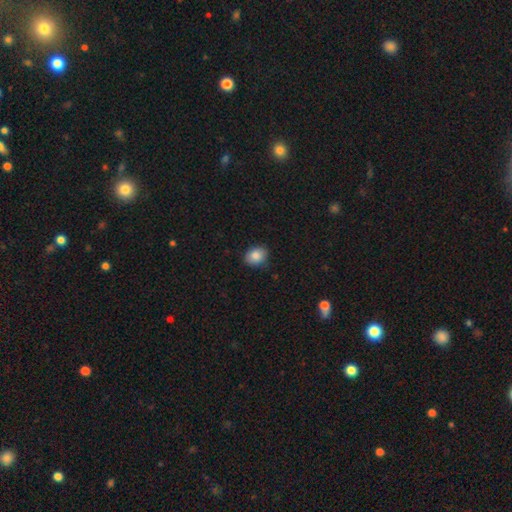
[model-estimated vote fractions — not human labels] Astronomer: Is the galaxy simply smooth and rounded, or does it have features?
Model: smooth — 86%.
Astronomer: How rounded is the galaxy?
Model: in between — 55% (runner-up: round, 44%).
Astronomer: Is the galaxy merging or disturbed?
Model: none — 82%.